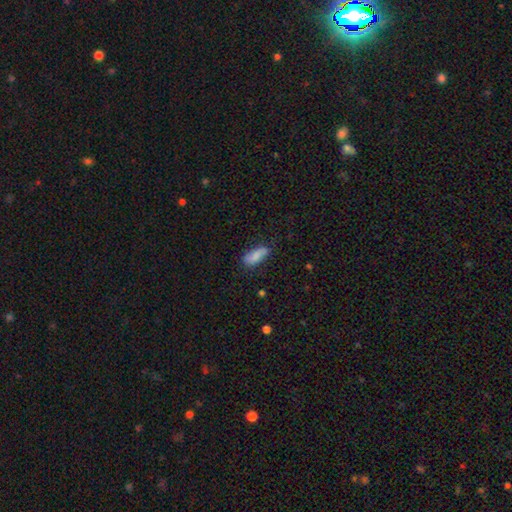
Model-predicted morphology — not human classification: smooth_or_featured: smooth (p=0.80) [alt: featured or disk p=0.12]
how_rounded: in between (p=0.75) [alt: cigar-shaped p=0.23]
merging: none (p=0.65) [alt: minor disturbance p=0.26]